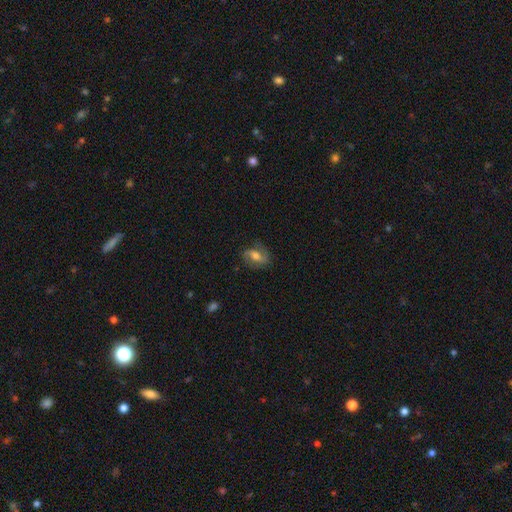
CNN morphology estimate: smooth-or-featured: featured or disk: 54% | smooth: 37% | star or artifact: 8%
  disk-edge-on: no: 94% | yes: 6%
    bar: weak: 39% | strong: 30% | no: 30%
    has-spiral-arms: yes: 82% | no: 18%
    bulge-size: moderate: 58% | small: 20% | large: 16% | none: 4% | dominant: 2%
  merging: none: 72% | minor disturbance: 18% | major disturbance: 8% | merger: 1%